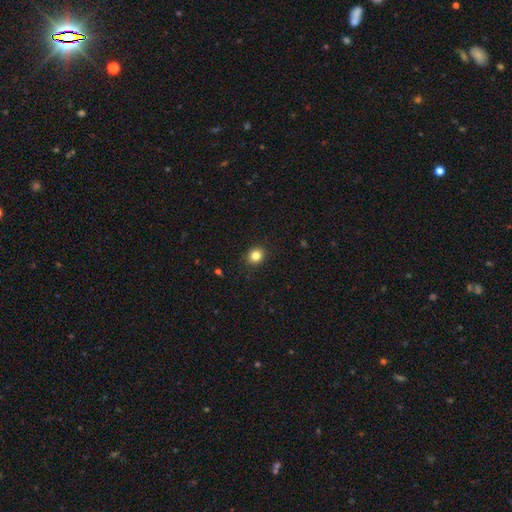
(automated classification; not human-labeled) Smooth or featured? smooth (83%)
How rounded? round (73%)
Merging? none (91%)